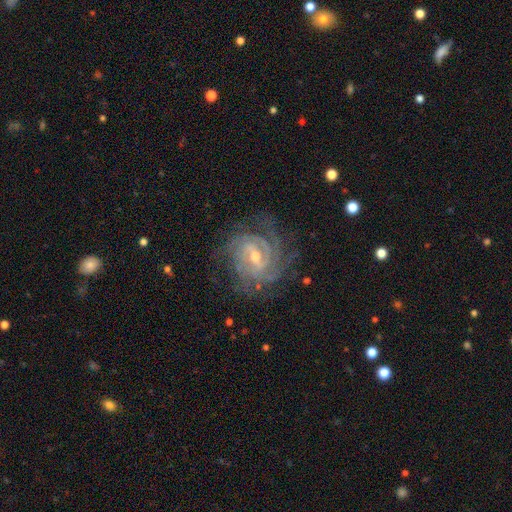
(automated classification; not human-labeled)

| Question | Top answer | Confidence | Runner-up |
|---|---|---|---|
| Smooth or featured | featured or disk | 90% | star or artifact (6%) |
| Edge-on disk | no | 97% | yes (3%) |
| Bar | weak | 52% | strong (28%) |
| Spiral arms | yes | 98% | no (2%) |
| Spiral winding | tight | 70% | medium (25%) |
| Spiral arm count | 3 | 24% | tied: can't tell (24%) |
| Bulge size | moderate | 49% | small (48%) |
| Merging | none | 73% | minor disturbance (17%) |